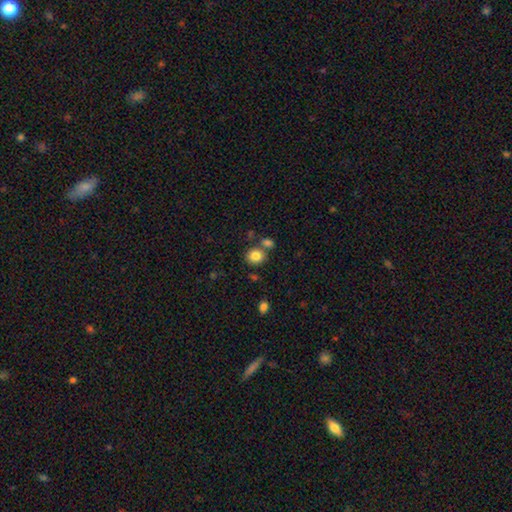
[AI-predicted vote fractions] This is clearly a smooth galaxy (82%). How rounded: likely round (71%). Merging: likely none (67%).